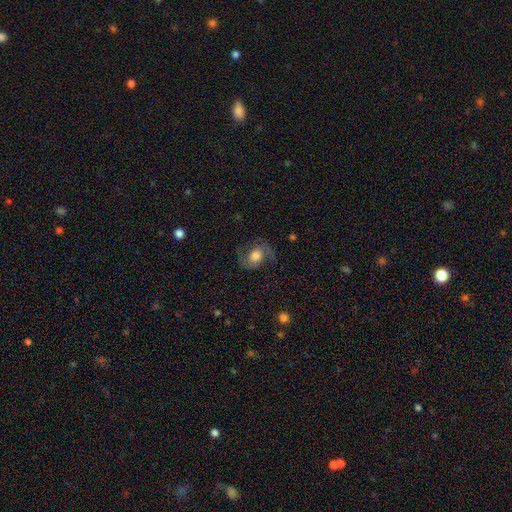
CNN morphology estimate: smooth-or-featured: featured or disk: 74% | smooth: 19% | star or artifact: 7%
  disk-edge-on: no: 97% | yes: 3%
    bar: no: 61% | weak: 31% | strong: 7%
    has-spiral-arms: yes: 93% | no: 7%
      spiral-winding: medium: 52% | loose: 33% | tight: 15%
      spiral-arm-count: 2: 92% | can't tell: 3% | 1: 2% | 3: 1% | 4: 1% | more than 4: 1%
    bulge-size: moderate: 45% | large: 38% | small: 9% | dominant: 5% | none: 3%
  merging: none: 73% | minor disturbance: 15% | major disturbance: 11% | merger: 1%